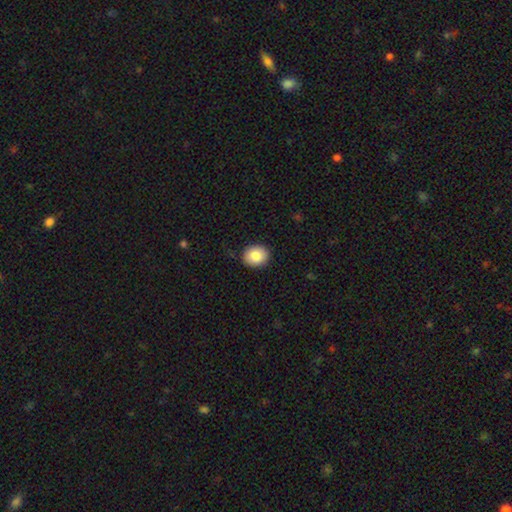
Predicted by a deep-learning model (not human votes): smooth-or-featured: smooth: 84% | star or artifact: 8% | featured or disk: 8%
  how-rounded: round: 65% | in between: 34% | cigar-shaped: 1%
  merging: none: 89% | minor disturbance: 8% | major disturbance: 2% | merger: 1%